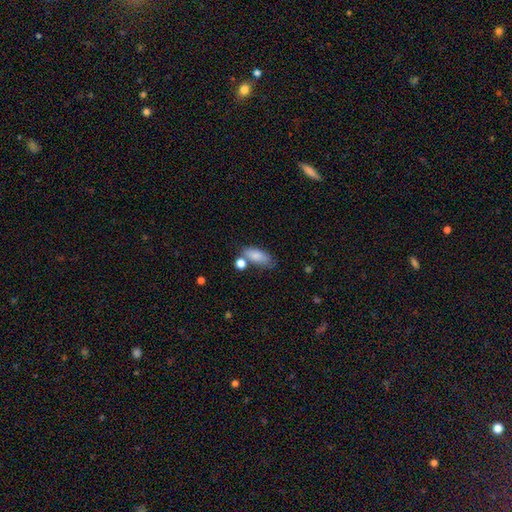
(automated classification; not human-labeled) Smooth or featured? Predicted: smooth (p=0.82). How rounded? Predicted: in between (p=0.80). Merging? Predicted: none (p=0.54).